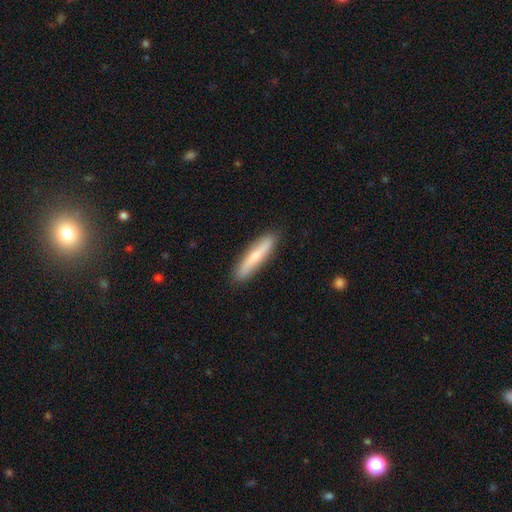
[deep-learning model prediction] Smooth or featured? Predicted: smooth (p=0.63). How rounded? Predicted: cigar-shaped (p=0.89). Merging? Predicted: none (p=0.88).